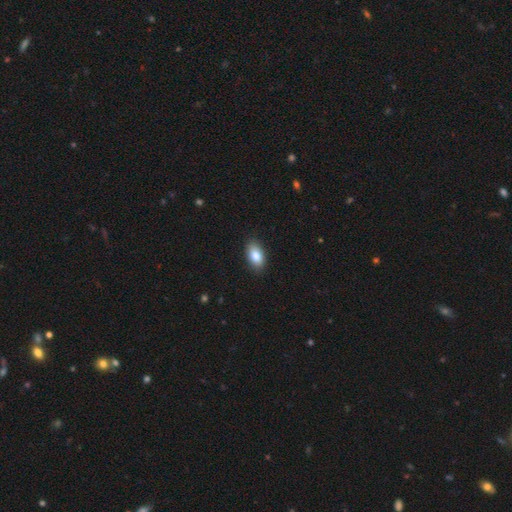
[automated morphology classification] This appears to be a smooth galaxy with no disk features (84%) that is in between round and cigar-shaped (91%). Merging: none (88%).